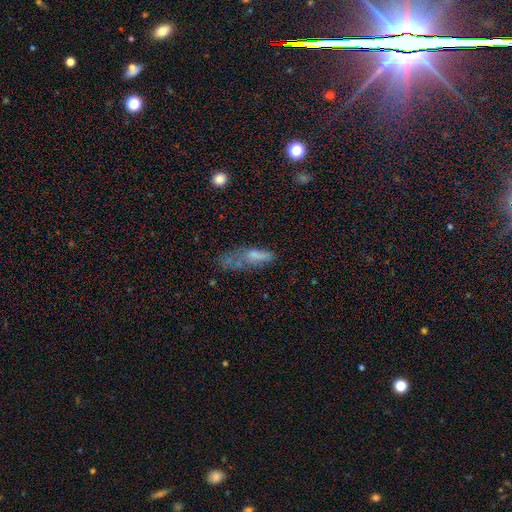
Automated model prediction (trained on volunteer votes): Smooth or featured?
  - smooth: 61% *
  - featured or disk: 26%
  - star or artifact: 13%
How rounded?
  - in between: 58% *
  - cigar-shaped: 38%
  - round: 4%
Merging?
  - major disturbance: 33% *
  - none: 29%
  - minor disturbance: 24%
  - merger: 14%